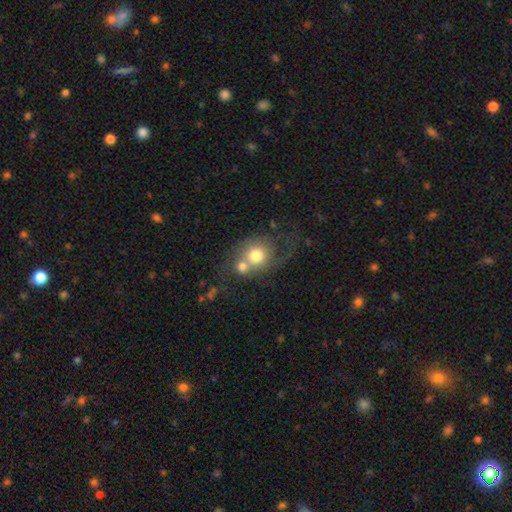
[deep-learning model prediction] Smooth or featured?
  - smooth: 58% *
  - featured or disk: 33%
  - star or artifact: 9%
How rounded?
  - round: 68% *
  - in between: 31%
  - cigar-shaped: 1%
Merging?
  - merger: 52% *
  - none: 24%
  - major disturbance: 13%
  - minor disturbance: 11%